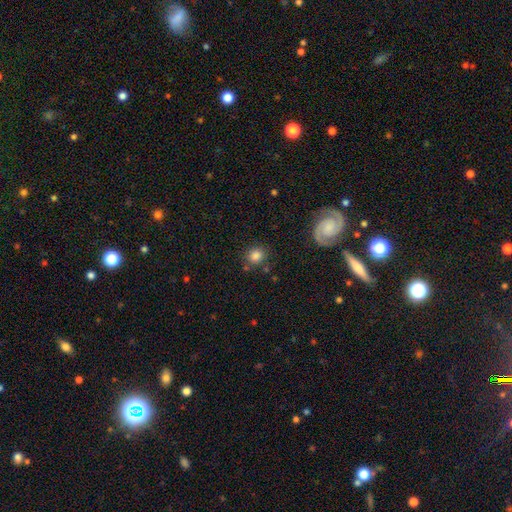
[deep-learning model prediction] smooth 82%, star or artifact 10%, featured or disk 8%. Down the decision tree: how rounded — round (80%); merging — none (79%).